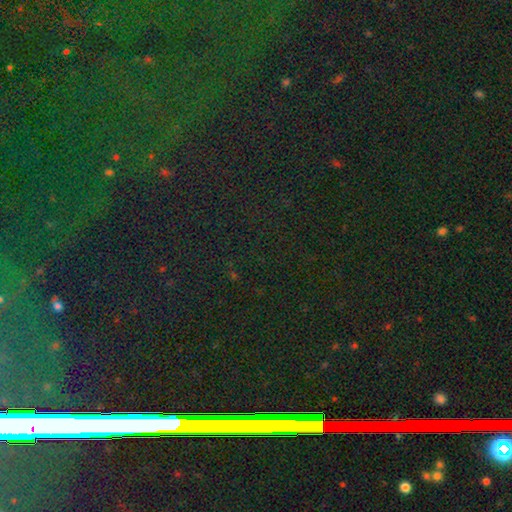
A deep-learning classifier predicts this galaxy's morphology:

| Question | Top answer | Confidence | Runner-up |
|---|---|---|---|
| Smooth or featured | star or artifact | 80% | smooth (11%) |